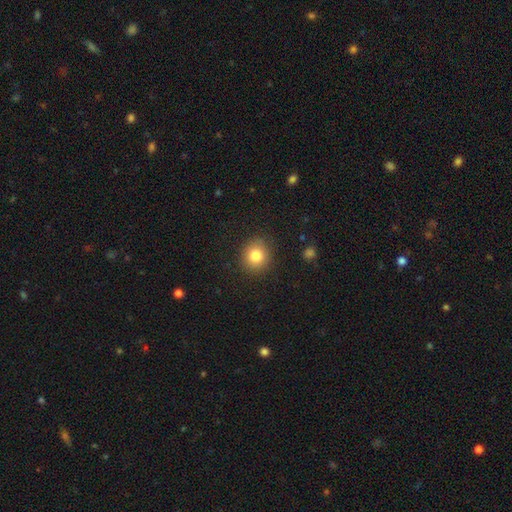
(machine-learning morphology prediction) type=smooth (82%); roundness=round (84%); merging=none (88%).